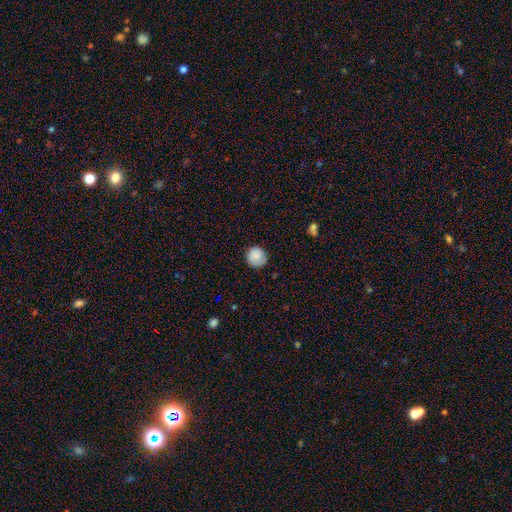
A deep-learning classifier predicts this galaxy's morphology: Smooth or featured?
  - smooth: 85% *
  - star or artifact: 8%
  - featured or disk: 8%
How rounded?
  - round: 91% *
  - in between: 8%
  - cigar-shaped: 1%
Merging?
  - none: 79% *
  - minor disturbance: 16%
  - major disturbance: 4%
  - merger: 1%